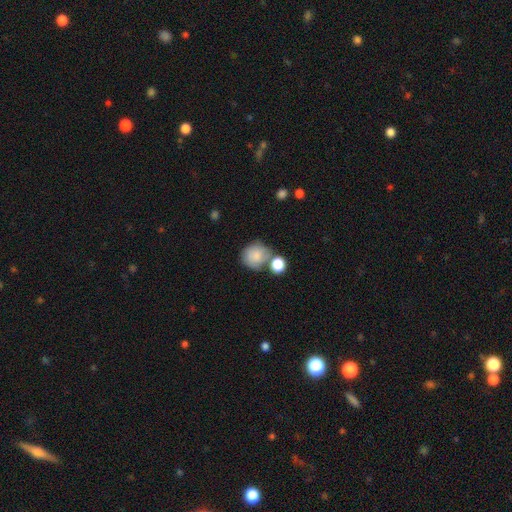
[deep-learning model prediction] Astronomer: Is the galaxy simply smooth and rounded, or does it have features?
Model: smooth — 81%.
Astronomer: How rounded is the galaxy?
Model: round — 81%.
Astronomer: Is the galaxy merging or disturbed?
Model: none — 51%.